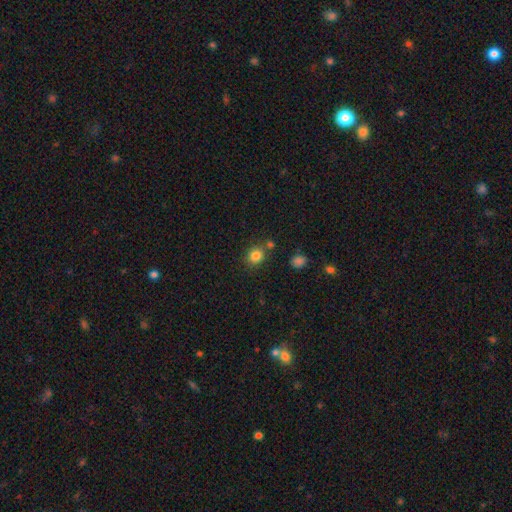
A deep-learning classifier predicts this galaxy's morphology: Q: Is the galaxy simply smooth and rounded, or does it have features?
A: smooth — 83%.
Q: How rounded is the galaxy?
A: round — 77%.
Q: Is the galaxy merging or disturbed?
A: none — 75%.